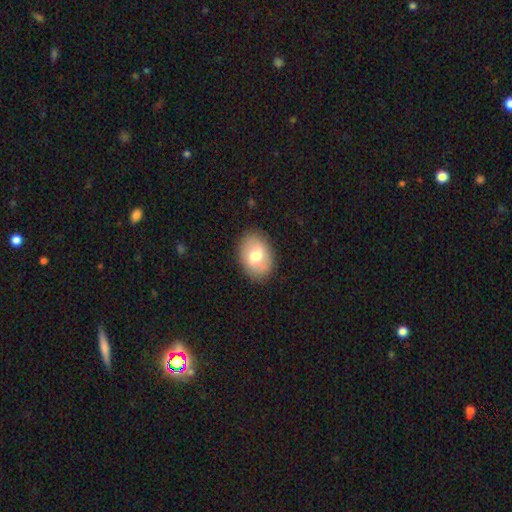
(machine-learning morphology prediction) Smooth or featured: smooth — 65% (featured or disk — 28%)
How rounded: in between — 76% (round — 23%)
Merging: none — 85% (minor disturbance — 11%)